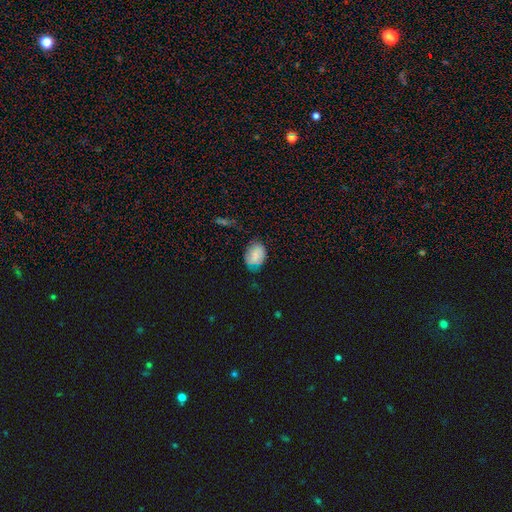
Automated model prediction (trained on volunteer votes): smooth-or-featured: smooth: 72% | featured or disk: 19% | star or artifact: 9%
  how-rounded: in between: 70% | round: 29% | cigar-shaped: 1%
  merging: none: 62% | minor disturbance: 28% | major disturbance: 8% | merger: 2%